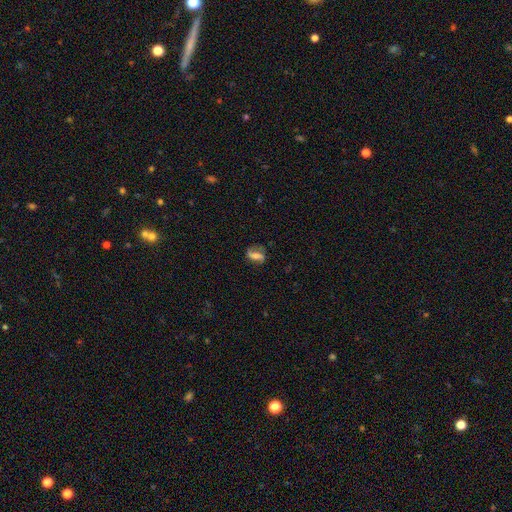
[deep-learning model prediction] Q: Smooth or featured?
A: featured or disk (51%); runner-up: smooth (39%)
Q: Edge-on disk?
A: no (90%); runner-up: yes (10%)
Q: Merging?
A: none (65%); runner-up: minor disturbance (22%)